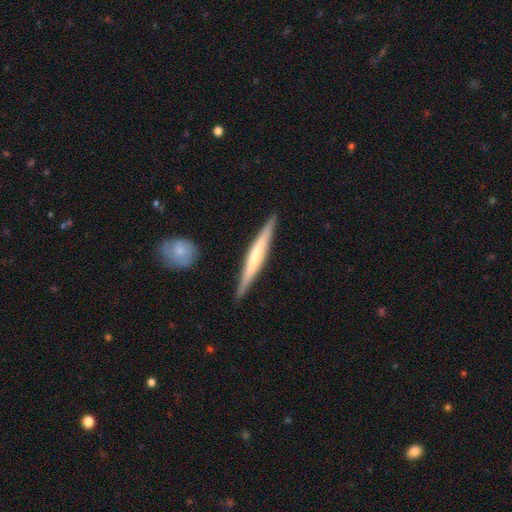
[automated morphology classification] A featured or disk galaxy (56%) viewed edge-on (96%) with no central bulge (48%). Merging: none (87%).